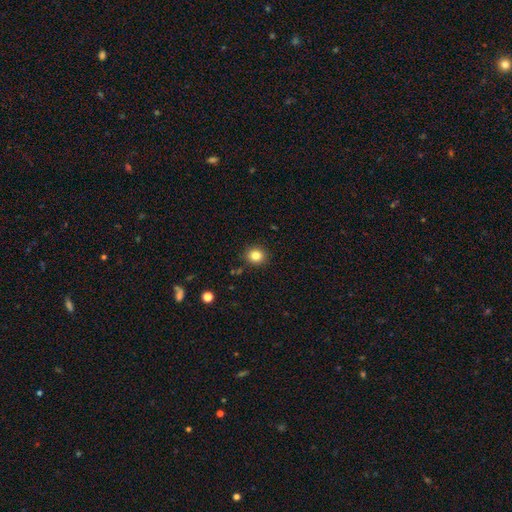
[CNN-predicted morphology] A smooth galaxy with no disk features (83%) that is round (83%). Merging: none (89%).